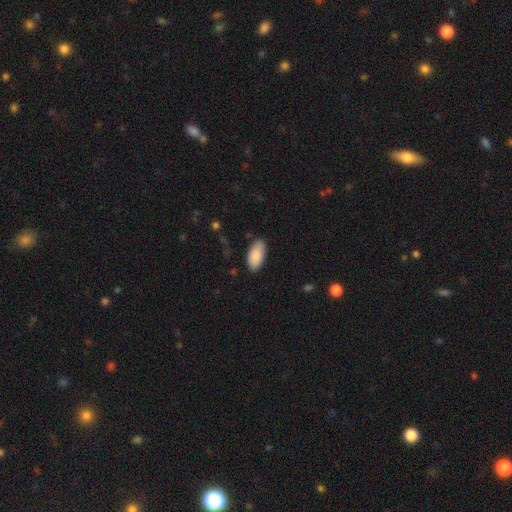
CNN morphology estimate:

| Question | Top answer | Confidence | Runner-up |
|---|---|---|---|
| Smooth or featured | smooth | 89% | star or artifact (6%) |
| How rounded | in between | 94% | cigar-shaped (4%) |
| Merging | none | 84% | minor disturbance (12%) |